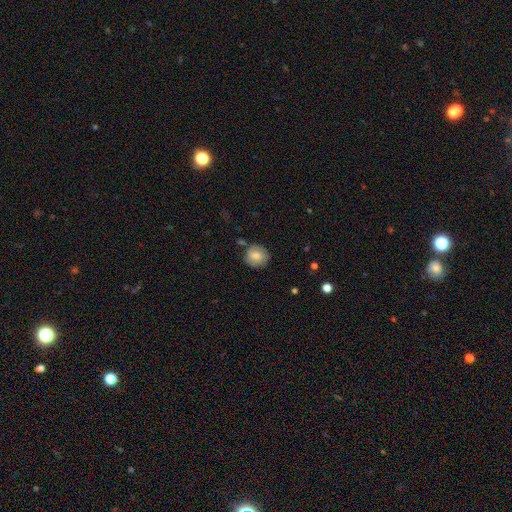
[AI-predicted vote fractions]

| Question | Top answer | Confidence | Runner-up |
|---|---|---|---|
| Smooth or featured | smooth | 76% | featured or disk (17%) |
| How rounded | round | 87% | in between (12%) |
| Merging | none | 78% | minor disturbance (15%) |